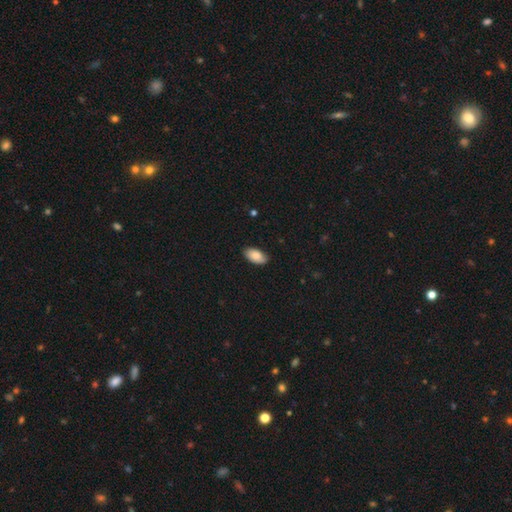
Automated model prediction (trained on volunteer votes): Q: Smooth or featured?
A: smooth (86%); runner-up: featured or disk (8%)
Q: How rounded?
A: in between (95%); runner-up: round (3%)
Q: Merging?
A: none (84%); runner-up: minor disturbance (13%)